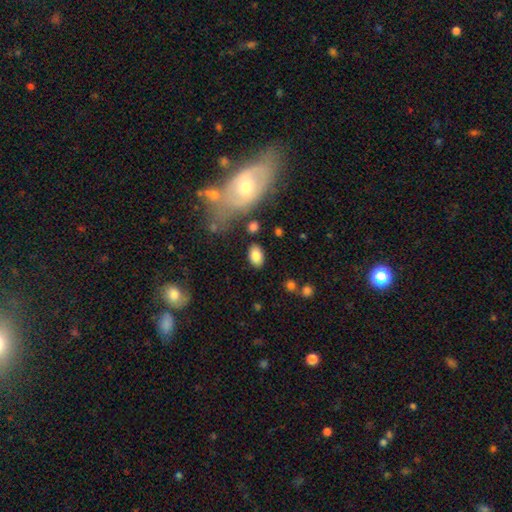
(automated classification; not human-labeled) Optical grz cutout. It shows a smooth galaxy with no disk features (83%) that is in between round and cigar-shaped (89%). Merging: none (82%).